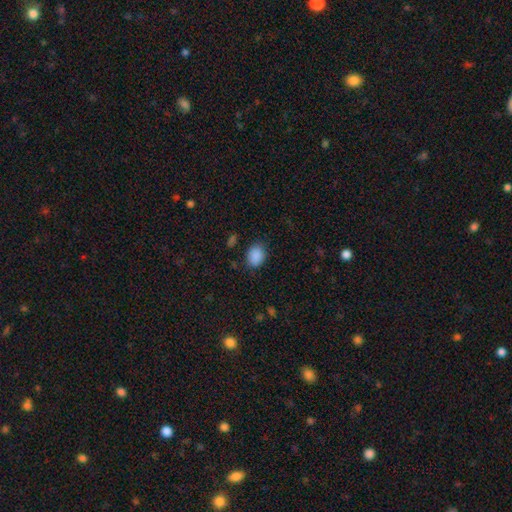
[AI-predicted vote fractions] This appears to be a smooth galaxy with no disk features (89%) that is in between round and cigar-shaped (67%). Merging: none (80%).